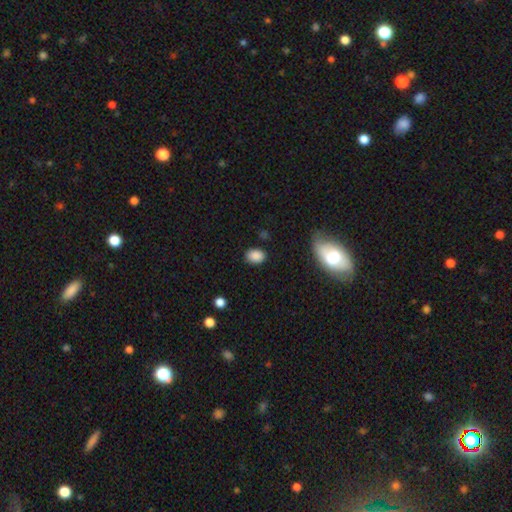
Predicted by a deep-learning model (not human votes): A smooth galaxy with no disk features (87%) that is in between round and cigar-shaped (73%). Merging: none (83%).